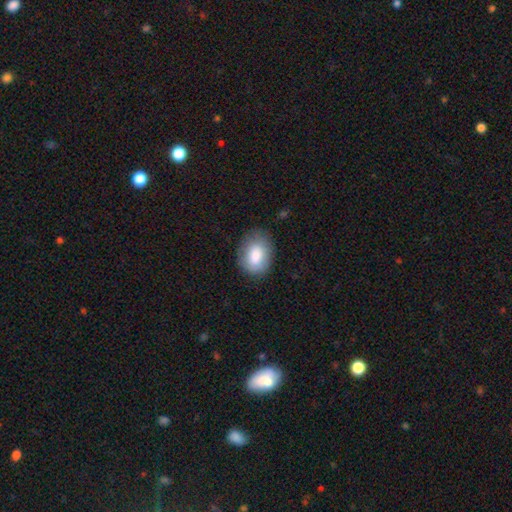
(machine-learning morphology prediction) Overall: smooth (83%). How rounded: in between (77%). Merging: none (77%).